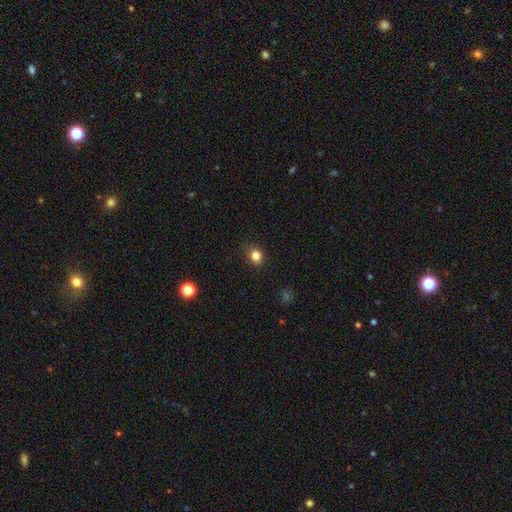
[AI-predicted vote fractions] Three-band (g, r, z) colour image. It shows a smooth galaxy with no disk features (82%) that is round (66%). Merging: none (87%).